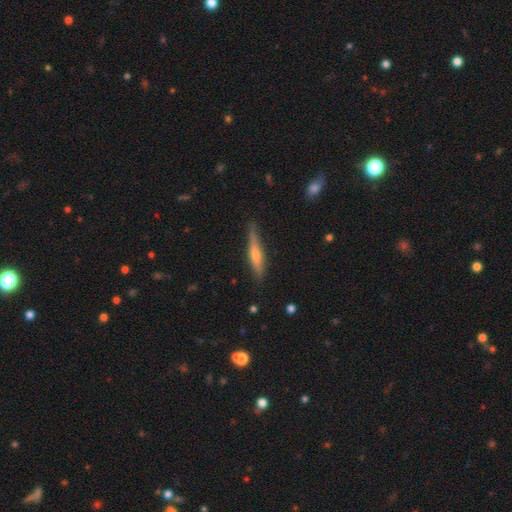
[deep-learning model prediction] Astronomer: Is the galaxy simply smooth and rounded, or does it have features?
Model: featured or disk — 52% (runner-up: smooth, 42%).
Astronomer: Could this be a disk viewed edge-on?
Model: yes — 95%.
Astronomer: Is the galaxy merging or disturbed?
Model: none — 82%.